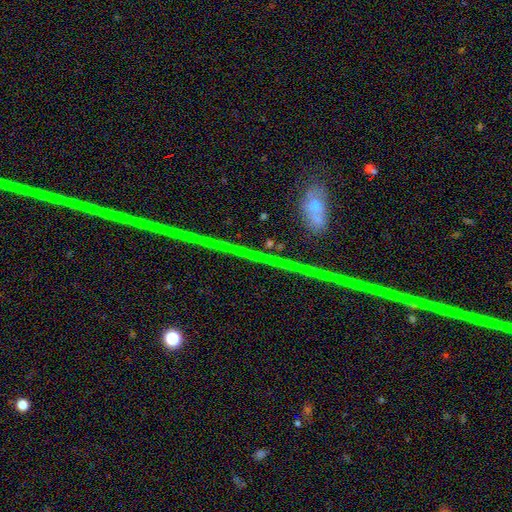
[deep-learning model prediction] Smooth or featured? star or artifact (73%)